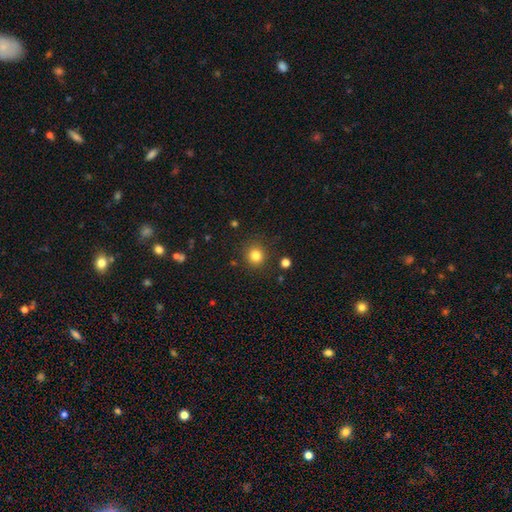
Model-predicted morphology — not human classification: A smooth galaxy with no disk features (82%) that is round (91%). Merging: none (89%).